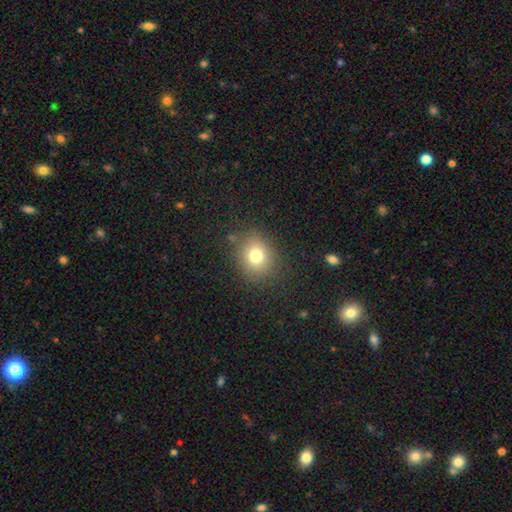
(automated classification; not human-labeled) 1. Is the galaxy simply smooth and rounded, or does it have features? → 75% smooth, 14% star or artifact, 11% featured or disk.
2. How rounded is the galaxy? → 72% round, 27% in between, 1% cigar-shaped.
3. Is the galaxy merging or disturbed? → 84% none, 10% minor disturbance, 4% major disturbance, 2% merger.